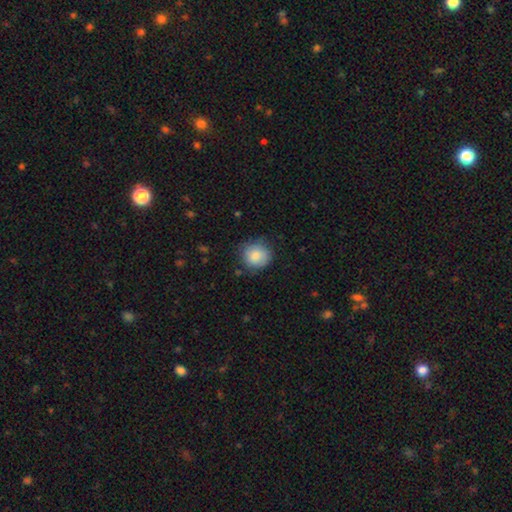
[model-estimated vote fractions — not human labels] Smooth or featured? smooth (83%)
How rounded? round (87%)
Merging? none (76%)